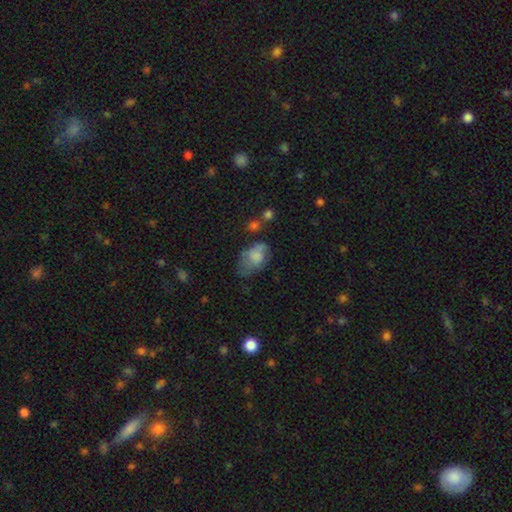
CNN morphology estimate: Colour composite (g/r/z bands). It shows a smooth galaxy with no disk features (66%) that is in between round and cigar-shaped (85%). Merging: none (35%).